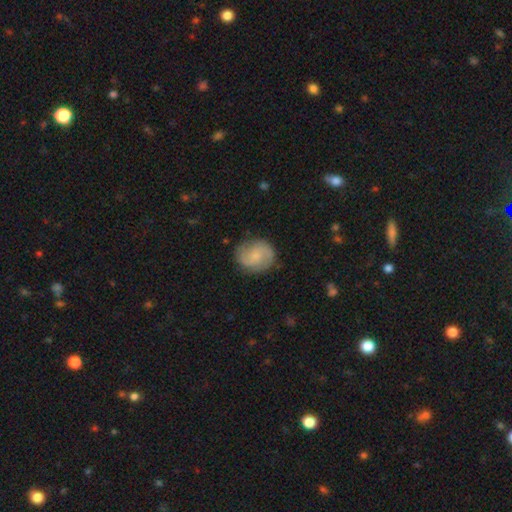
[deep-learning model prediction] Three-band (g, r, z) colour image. It shows a featured or disk galaxy (51%). Merging: none (81%).